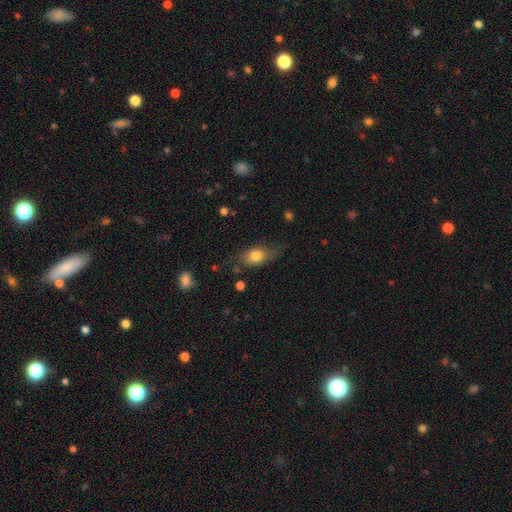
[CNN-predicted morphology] A smooth galaxy with no disk features (75%) that is in between round and cigar-shaped (79%).

Vote fractions:
- Smooth or featured? smooth: 75% / featured or disk: 17% / star or artifact: 8%
- How rounded? in between: 79% / round: 15% / cigar-shaped: 7%
- Merging? none: 62% / minor disturbance: 26% / major disturbance: 10% / merger: 2%